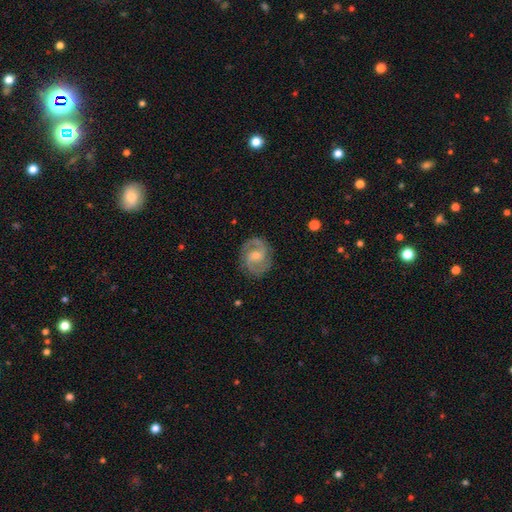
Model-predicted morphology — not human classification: This appears to be a featured or disk galaxy (86%) with a weak bar (51%), 2 (91%) medium (55%) spiral arms (97%) and a small central bulge (47%, tied with moderate). Merging: none (84%).